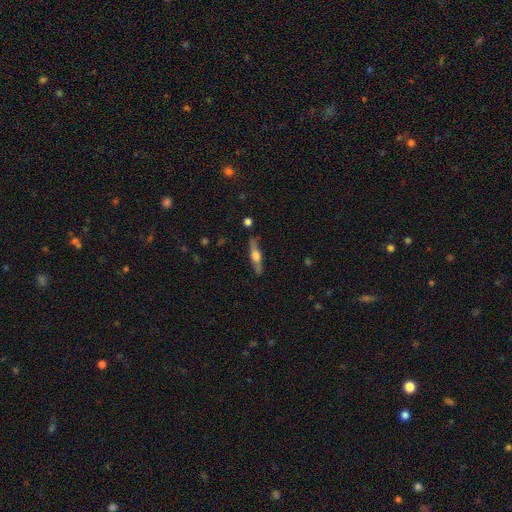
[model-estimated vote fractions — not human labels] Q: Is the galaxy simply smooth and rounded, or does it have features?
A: featured or disk — 62%.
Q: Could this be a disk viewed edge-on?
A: yes — 94%.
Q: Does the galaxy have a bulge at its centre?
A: rounded — 91%.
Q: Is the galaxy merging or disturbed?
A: none — 84%.